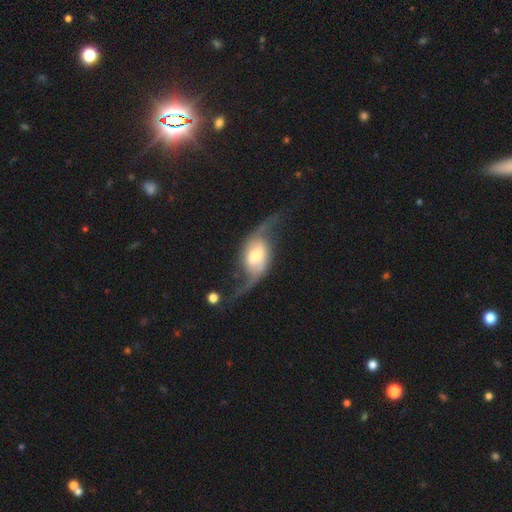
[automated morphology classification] Q: Smooth or featured?
A: featured or disk (80%); runner-up: smooth (14%)
Q: Edge-on disk?
A: no (92%); runner-up: yes (8%)
Q: Bar?
A: weak (41%); runner-up: no (37%)
Q: Spiral arms?
A: yes (92%); runner-up: no (8%)
Q: Spiral winding?
A: loose (85%); runner-up: medium (12%)
Q: Spiral arm count?
A: 2 (92%); runner-up: 1 (2%)
Q: Bulge size?
A: moderate (51%); runner-up: small (21%)
Q: Merging?
A: none (55%); runner-up: major disturbance (22%)